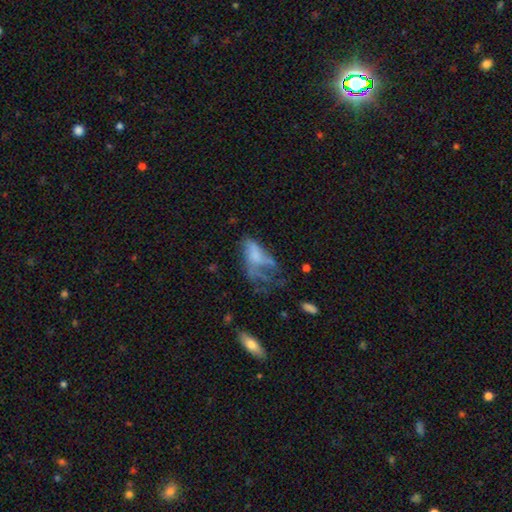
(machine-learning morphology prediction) Smooth or featured? smooth (43%, tied with featured or disk)
Merging? major disturbance (54%)